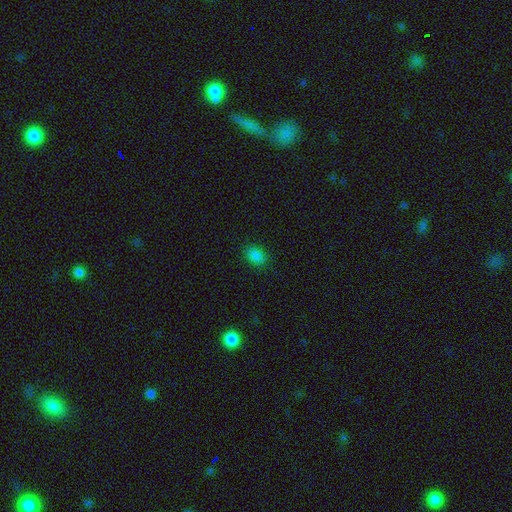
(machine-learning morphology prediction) Smooth or featured? smooth (83%)
How rounded? in between (67%)
Merging? none (87%)